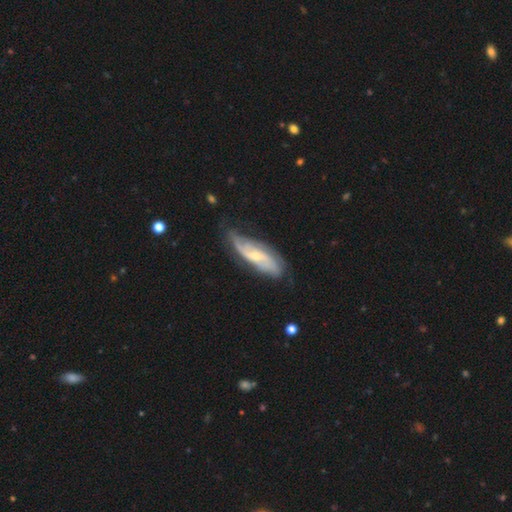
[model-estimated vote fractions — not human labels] Q: Smooth or featured?
A: featured or disk (77%); runner-up: smooth (17%)
Q: Edge-on disk?
A: no (85%); runner-up: yes (15%)
Q: Bar?
A: no (53%); runner-up: weak (36%)
Q: Spiral arms?
A: yes (92%); runner-up: no (8%)
Q: Spiral winding?
A: medium (40%); runner-up: loose (32%)
Q: Spiral arm count?
A: 2 (54%); runner-up: can't tell (24%)
Q: Bulge size?
A: small (61%); runner-up: moderate (35%)
Q: Merging?
A: none (63%); runner-up: minor disturbance (27%)